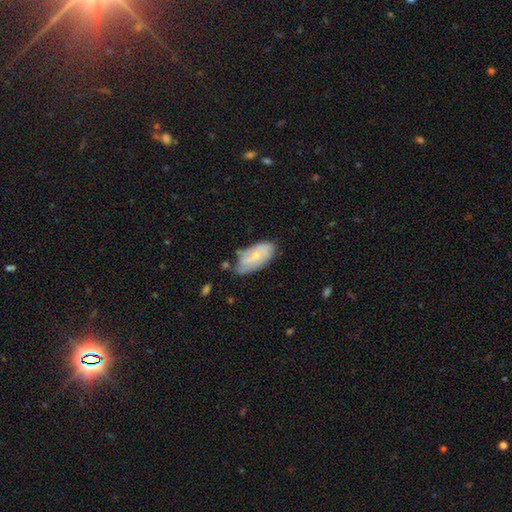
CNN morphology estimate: Smooth or featured? Predicted: smooth (p=0.53). How rounded? Predicted: in between (p=0.92). Merging? Predicted: none (p=0.55).